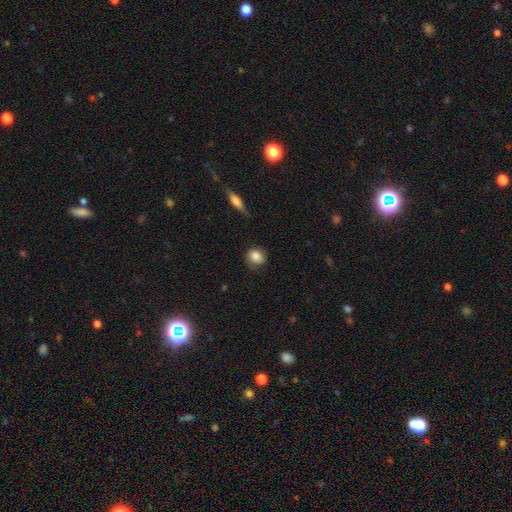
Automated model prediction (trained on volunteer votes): smooth-or-featured: smooth: 81% | featured or disk: 11% | star or artifact: 8%
  how-rounded: round: 79% | in between: 19% | cigar-shaped: 1%
  merging: none: 72% | minor disturbance: 20% | major disturbance: 6% | merger: 2%